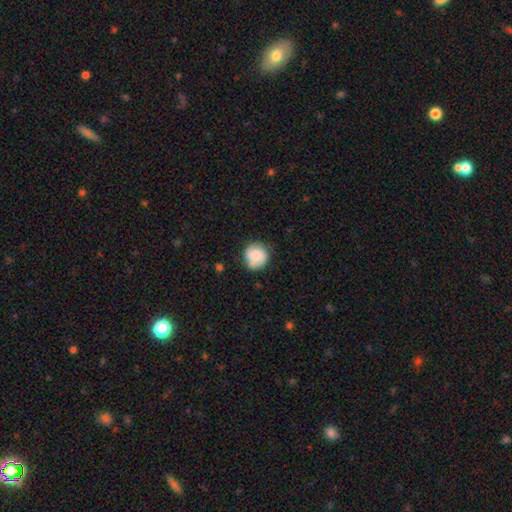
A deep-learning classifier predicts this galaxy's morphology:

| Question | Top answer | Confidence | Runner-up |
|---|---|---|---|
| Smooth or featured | smooth | 68% | featured or disk (24%) |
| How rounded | round | 87% | in between (12%) |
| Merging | none | 65% | minor disturbance (23%) |